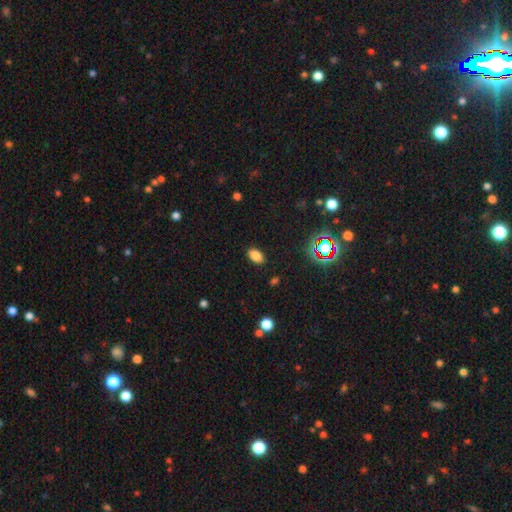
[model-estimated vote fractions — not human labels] A smooth galaxy with no disk features (82%) that is in between round and cigar-shaped (90%).

Vote fractions:
- Smooth or featured? smooth: 82% / star or artifact: 13% / featured or disk: 5%
- How rounded? in between: 90% / round: 9% / cigar-shaped: 2%
- Merging? none: 88% / minor disturbance: 8% / major disturbance: 2% / merger: 1%